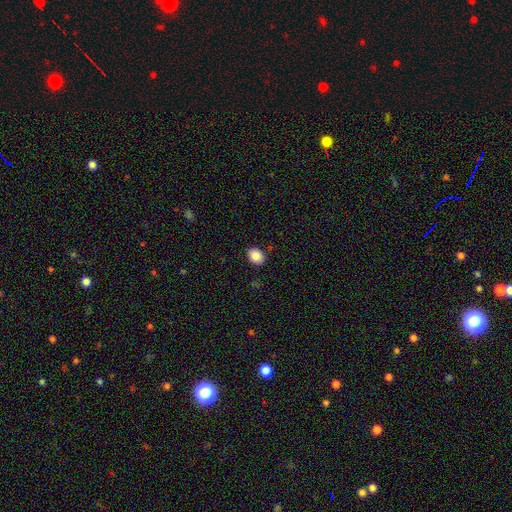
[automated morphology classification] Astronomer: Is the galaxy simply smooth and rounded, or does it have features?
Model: smooth — 87%.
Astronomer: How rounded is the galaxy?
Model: in between — 56% (runner-up: round, 43%).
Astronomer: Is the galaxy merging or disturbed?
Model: none — 89%.